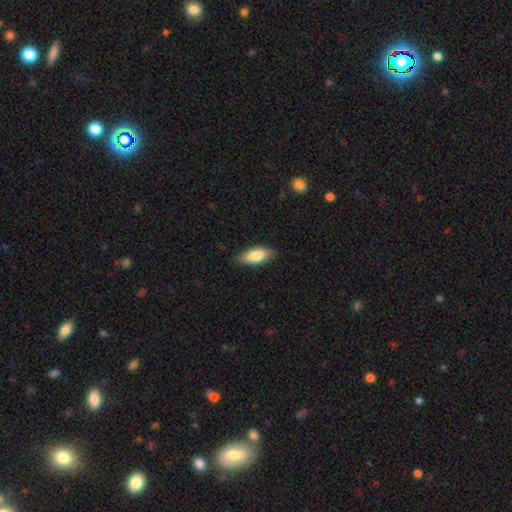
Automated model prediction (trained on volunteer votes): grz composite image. It shows a smooth galaxy with no disk features (80%) that is in between round and cigar-shaped (82%). Merging: none (86%).